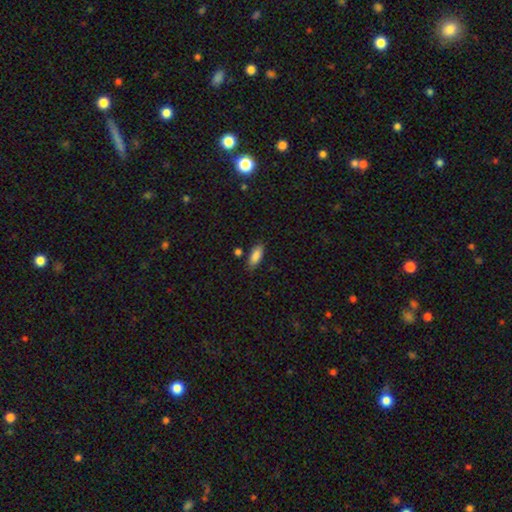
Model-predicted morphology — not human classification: smooth-or-featured: smooth: 86% | star or artifact: 7% | featured or disk: 7%
  how-rounded: in between: 77% | cigar-shaped: 21% | round: 2%
  merging: none: 80% | minor disturbance: 13% | merger: 4% | major disturbance: 3%